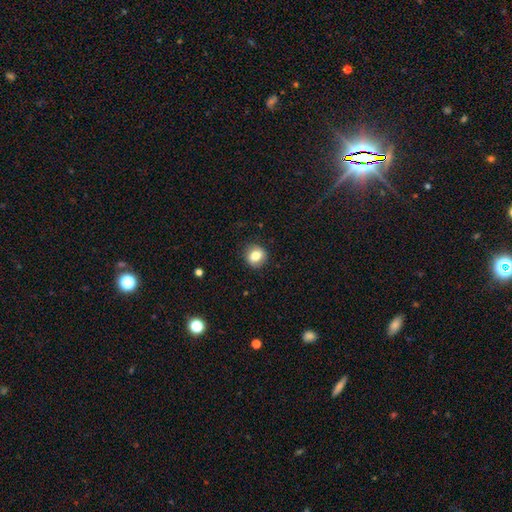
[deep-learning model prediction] smooth-or-featured: smooth: 80% | featured or disk: 11% | star or artifact: 9%
  how-rounded: round: 78% | in between: 21% | cigar-shaped: 1%
  merging: none: 87% | minor disturbance: 9% | major disturbance: 3% | merger: 1%